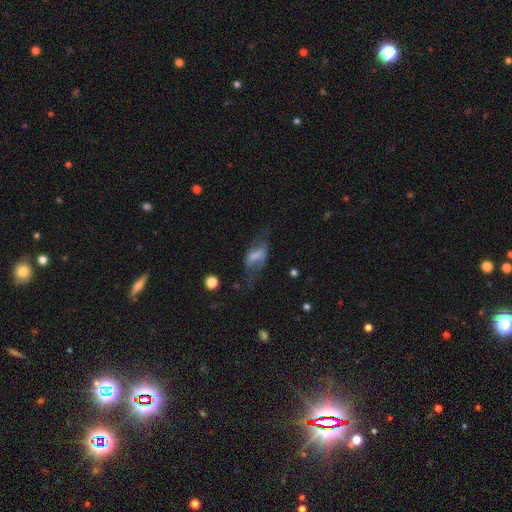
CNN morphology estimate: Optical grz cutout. It shows a featured or disk galaxy (49%). Merging: major disturbance (39%).